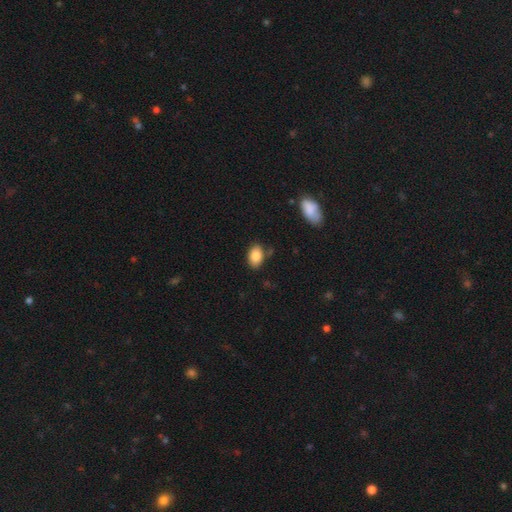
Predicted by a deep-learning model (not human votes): Overall: smooth (86%). How rounded: in between (88%). Merging: none (76%).